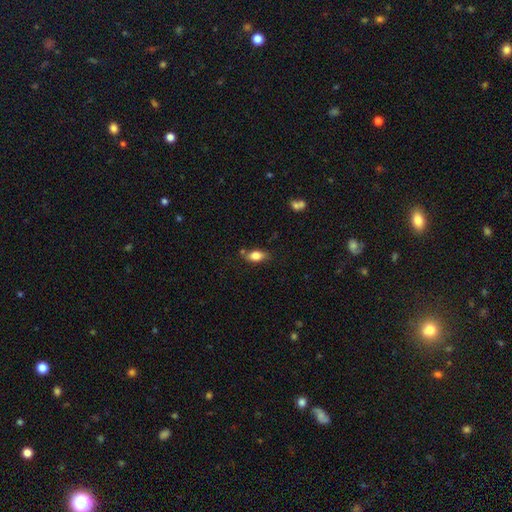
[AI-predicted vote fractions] Morphology: type=smooth (81%); roundness=in between (85%); merging=none (67%).